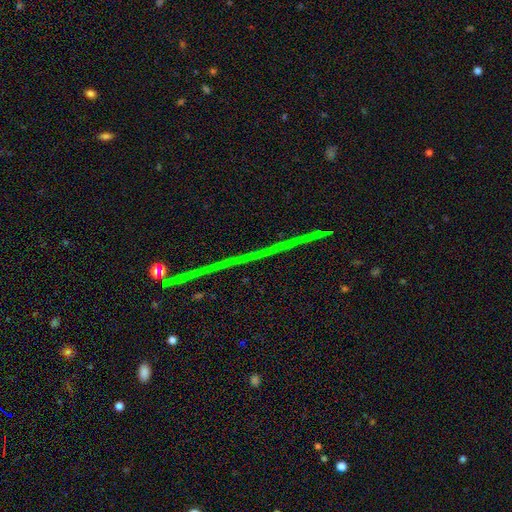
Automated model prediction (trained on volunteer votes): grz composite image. It shows a star or artifact, not a galaxy (80%).